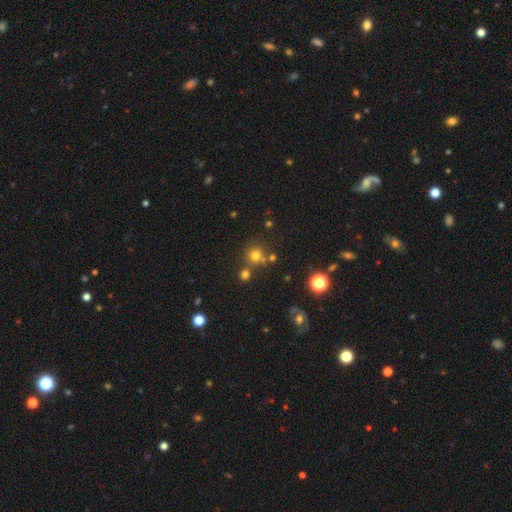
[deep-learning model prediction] smooth 70%, star or artifact 22%, featured or disk 8%. Down the decision tree: how rounded — round (91%); merging — none (70%).